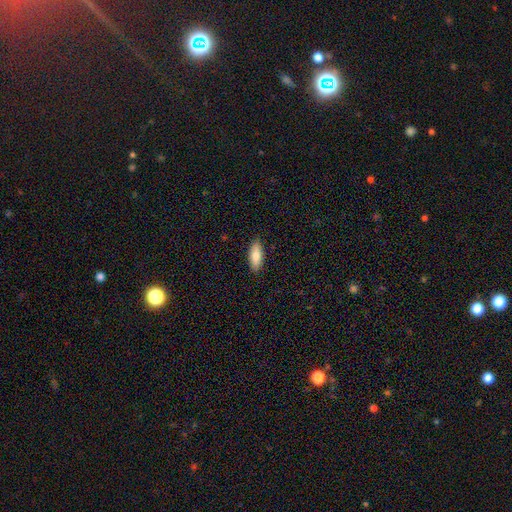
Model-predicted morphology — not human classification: type=smooth (83%); roundness=in between (73%); merging=none (87%).